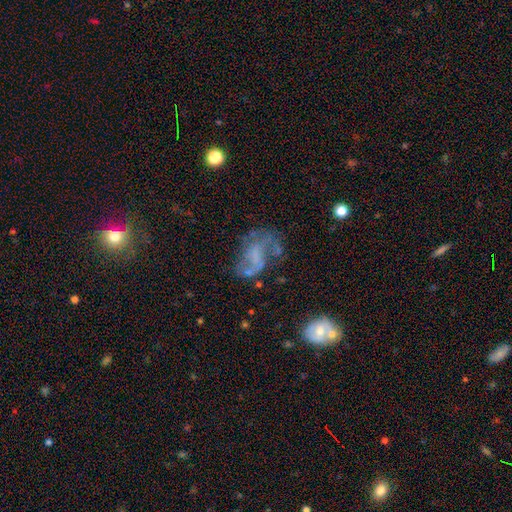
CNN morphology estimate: A featured or disk galaxy (61%) with no bar (61%), spiral arms (54%) and no central bulge (65%).

Vote fractions:
- Smooth or featured? featured or disk: 61% / smooth: 25% / star or artifact: 14%
- Edge-on disk? no: 97% / yes: 3%
- Bar? no: 61% / weak: 29% / strong: 10%
- Spiral arms? yes: 54% / no: 46%
- Bulge size? none: 65% / small: 18% / moderate: 12% / large: 4% / dominant: 1%
- Merging? none: 37% / major disturbance: 34% / minor disturbance: 21% / merger: 9%